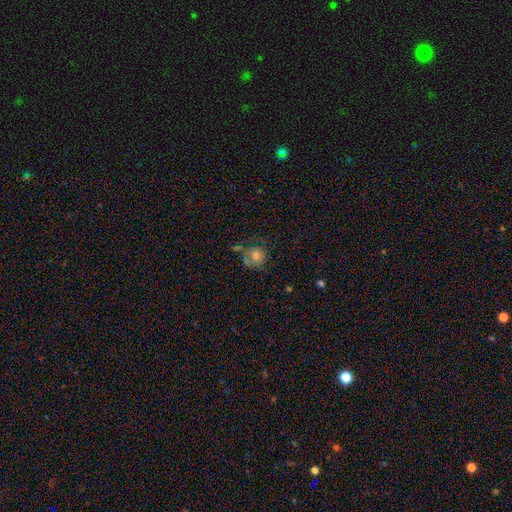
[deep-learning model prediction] The model was most divided on "smooth or featured": smooth: 61%, featured or disk: 25%, star or artifact: 13%. More confident: how rounded — round (86%); merging — none (57%).